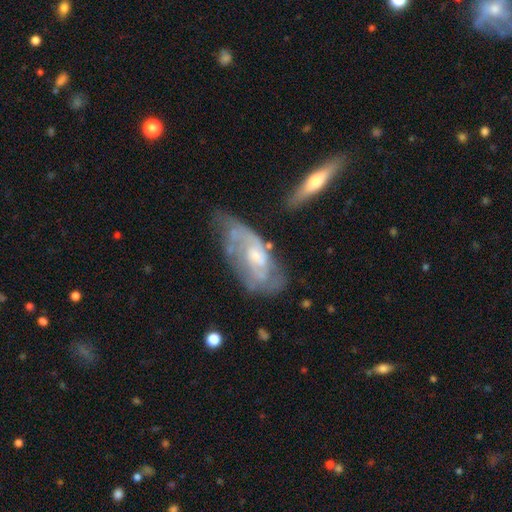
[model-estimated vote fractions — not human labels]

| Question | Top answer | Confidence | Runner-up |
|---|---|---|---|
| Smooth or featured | featured or disk | 75% | smooth (19%) |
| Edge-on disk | no | 92% | yes (8%) |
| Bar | no | 61% | weak (33%) |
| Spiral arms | yes | 80% | no (20%) |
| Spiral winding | tight | 43% | medium (40%) |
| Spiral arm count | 2 | 41% | can't tell (40%) |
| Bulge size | small | 51% | moderate (37%) |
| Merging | none | 45% | minor disturbance (28%) |